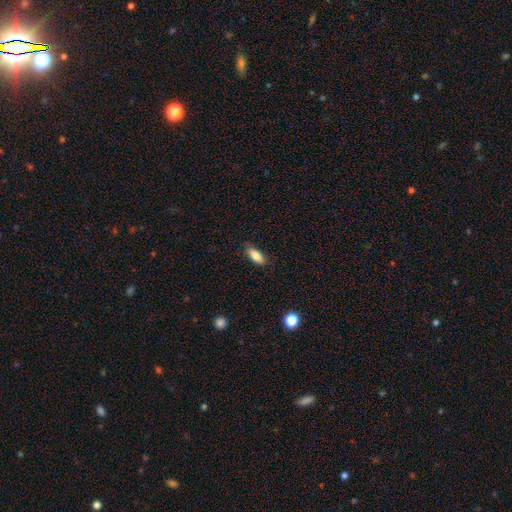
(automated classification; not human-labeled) Smooth or featured? smooth (80%)
How rounded? in between (76%)
Merging? none (81%)